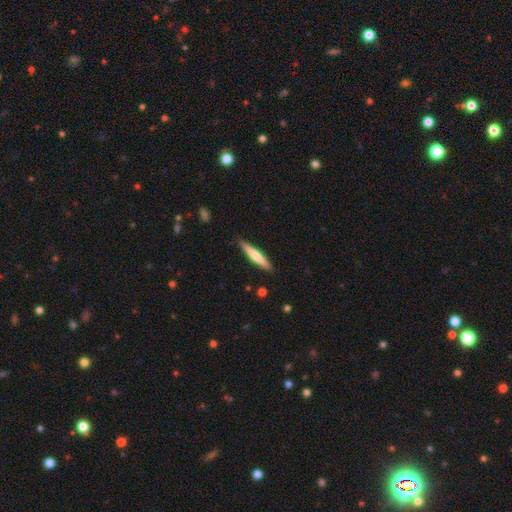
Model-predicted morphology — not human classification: smooth-or-featured: smooth: 62% | featured or disk: 33% | star or artifact: 5%
  how-rounded: cigar-shaped: 91% | in between: 8% | round: 1%
  merging: none: 88% | minor disturbance: 9% | major disturbance: 2% | merger: 1%